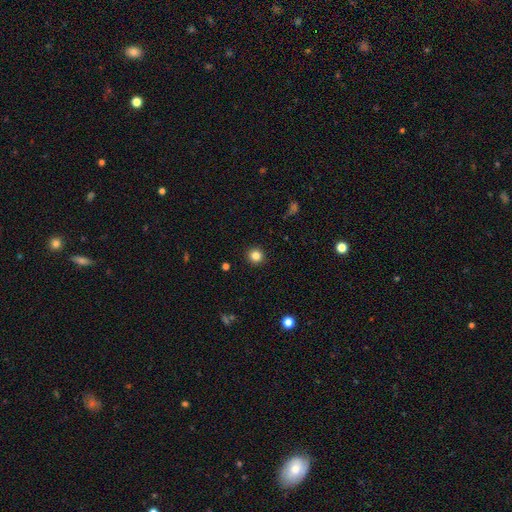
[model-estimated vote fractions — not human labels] smooth-or-featured: smooth: 83% | star or artifact: 12% | featured or disk: 5%
  how-rounded: round: 94% | in between: 5% | cigar-shaped: 1%
  merging: none: 93% | minor disturbance: 5% | major disturbance: 2% | merger: 1%